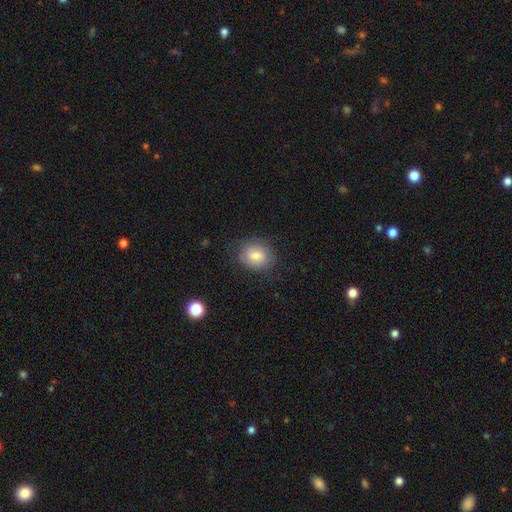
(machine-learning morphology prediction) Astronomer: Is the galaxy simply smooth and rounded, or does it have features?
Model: smooth — 75%.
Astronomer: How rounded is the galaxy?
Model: round — 66%.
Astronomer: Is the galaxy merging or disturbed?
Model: none — 77%.